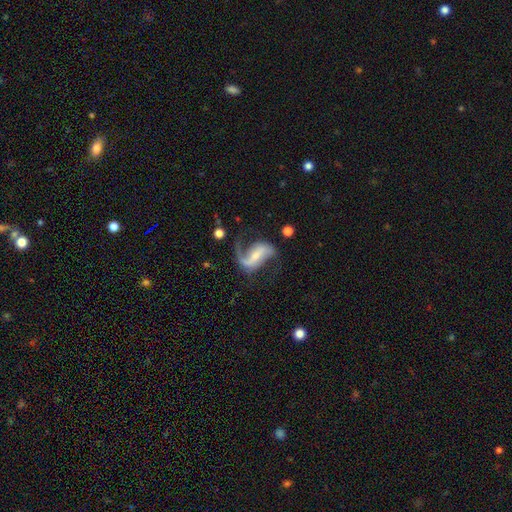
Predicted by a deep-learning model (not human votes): smooth-or-featured: featured or disk: 84% | smooth: 10% | star or artifact: 5%
  disk-edge-on: no: 96% | yes: 4%
    bar: strong: 44% | weak: 36% | no: 20%
    has-spiral-arms: yes: 94% | no: 6%
      spiral-winding: loose: 63% | medium: 30% | tight: 7%
      spiral-arm-count: 2: 63% | 1: 32% | can't tell: 2% | 3: 1% | 4: 1% | more than 4: 1%
    bulge-size: small: 51% | moderate: 34% | none: 9% | large: 4% | dominant: 2%
  merging: none: 49% | major disturbance: 29% | minor disturbance: 19% | merger: 3%